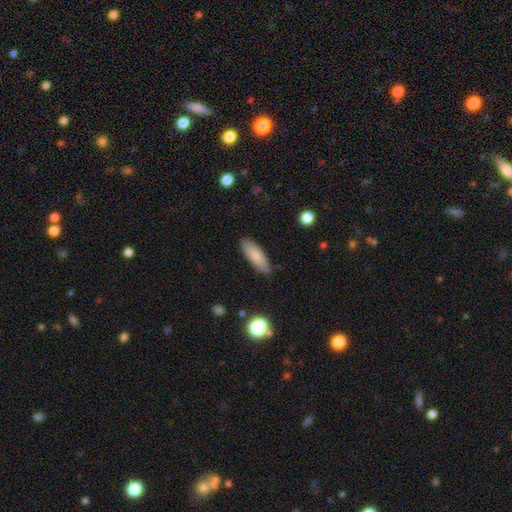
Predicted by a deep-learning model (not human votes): Smooth or featured? Predicted: smooth (p=0.80). How rounded? Predicted: in between (p=0.55). Merging? Predicted: none (p=0.85).